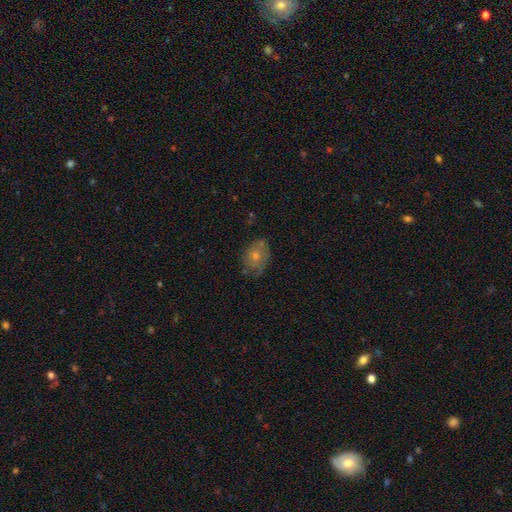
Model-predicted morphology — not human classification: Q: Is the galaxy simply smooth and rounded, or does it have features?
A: smooth — 61%.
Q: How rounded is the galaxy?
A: in between — 69%.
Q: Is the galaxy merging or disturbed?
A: none — 58%.